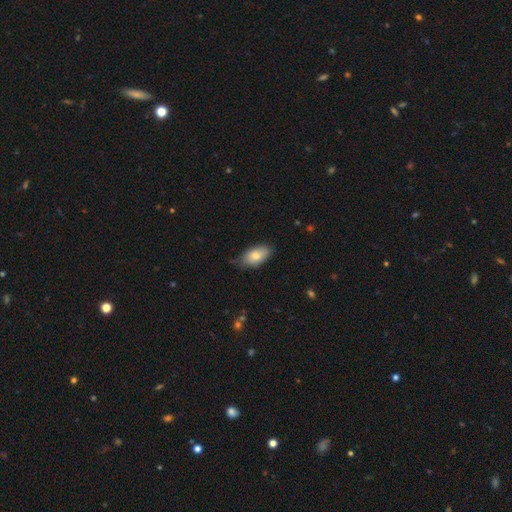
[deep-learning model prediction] smooth 79%, featured or disk 14%, star or artifact 7%. Down the decision tree: how rounded — in between (93%); merging — none (69%).